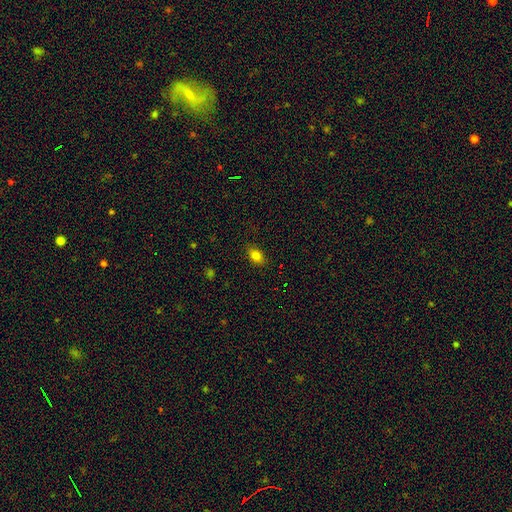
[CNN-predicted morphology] A smooth galaxy with no disk features (82%) that is in between round and cigar-shaped (83%). Merging: none (85%).